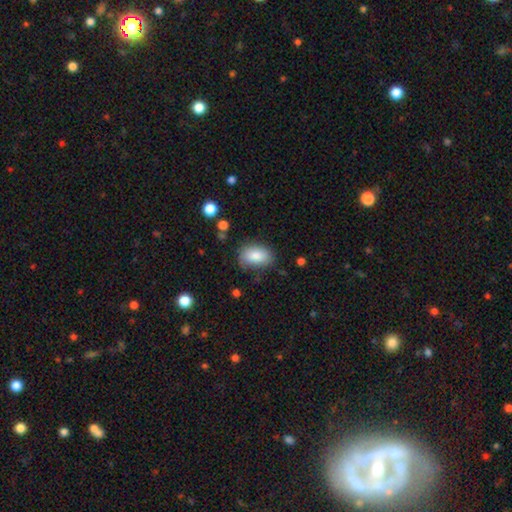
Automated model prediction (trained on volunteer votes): Smooth or featured?
  - smooth: 85% *
  - featured or disk: 7%
  - star or artifact: 7%
How rounded?
  - in between: 89% *
  - round: 9%
  - cigar-shaped: 2%
Merging?
  - none: 75% *
  - minor disturbance: 18%
  - major disturbance: 5%
  - merger: 2%